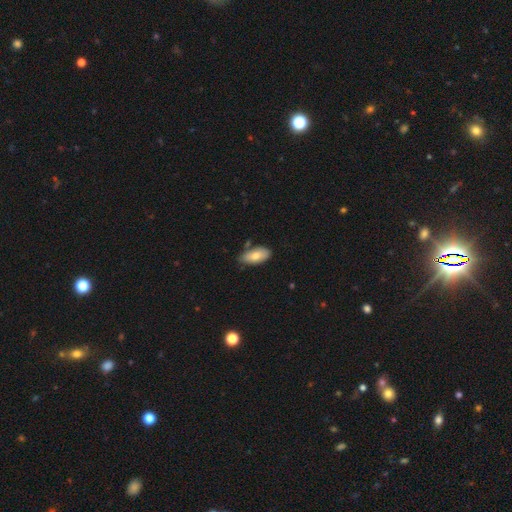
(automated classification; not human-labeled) This is likely a smooth galaxy (74%). How rounded: clearly in between (91%). Merging: likely none (71%).